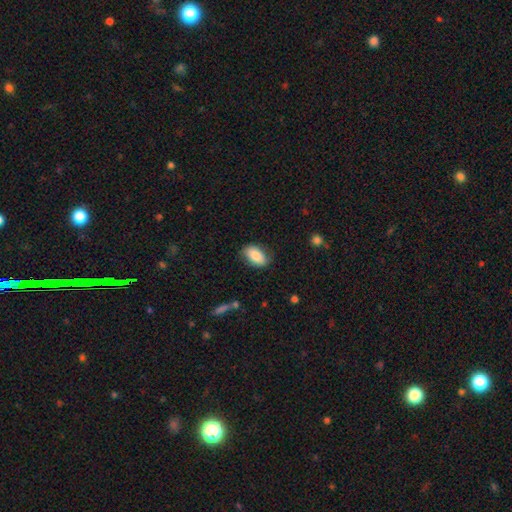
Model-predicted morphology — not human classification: A smooth galaxy with no disk features (85%) that is in between round and cigar-shaped (92%).

Vote fractions:
- Smooth or featured? smooth: 85% / featured or disk: 8% / star or artifact: 7%
- How rounded? in between: 92% / round: 6% / cigar-shaped: 3%
- Merging? none: 80% / minor disturbance: 15% / major disturbance: 4% / merger: 1%